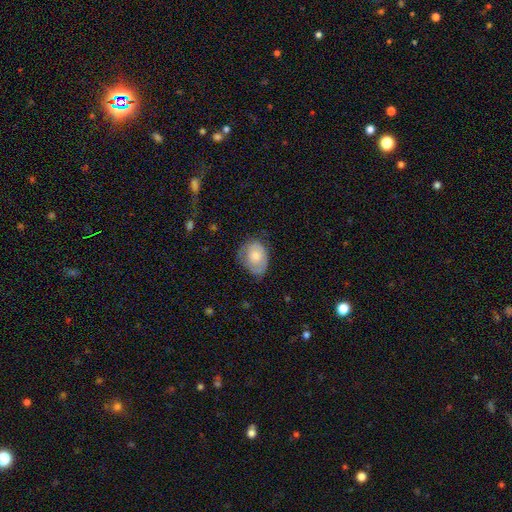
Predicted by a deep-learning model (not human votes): The model was most divided on "merging": none: 57%, minor disturbance: 30%, major disturbance: 12%, merger: 1%. More confident: how rounded — in between (72%); smooth or featured — smooth (65%).